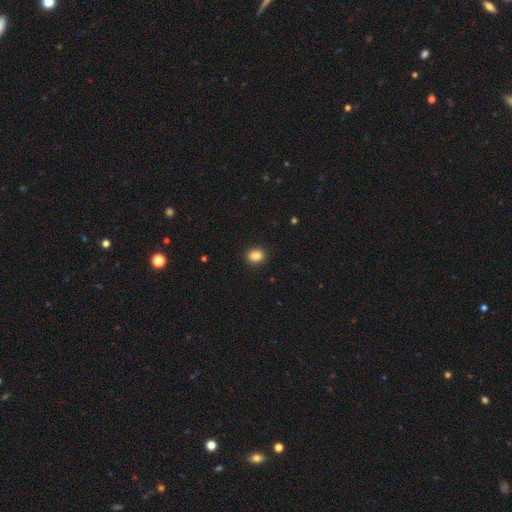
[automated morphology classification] type=smooth (87%); roundness=in between (52%); merging=none (91%).